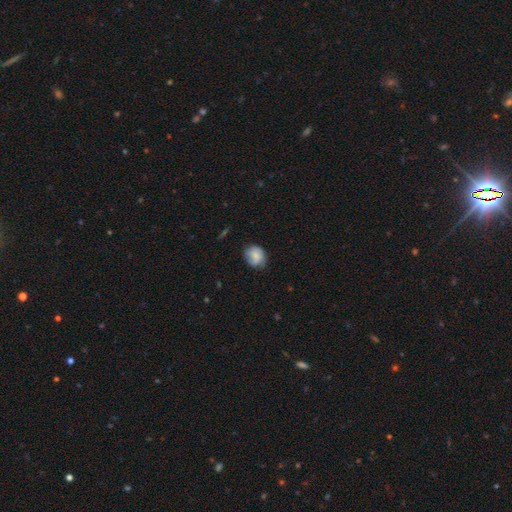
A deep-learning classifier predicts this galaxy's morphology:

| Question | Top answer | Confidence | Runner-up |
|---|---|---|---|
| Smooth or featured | smooth | 71% | featured or disk (21%) |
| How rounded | round | 66% | in between (33%) |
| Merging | none | 63% | minor disturbance (27%) |